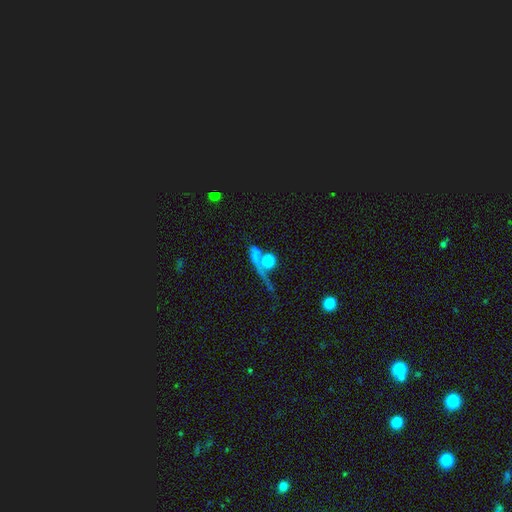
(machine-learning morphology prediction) This appears to be a smooth galaxy with no disk features (57%) that is round (51%). Merging: merger (36%).